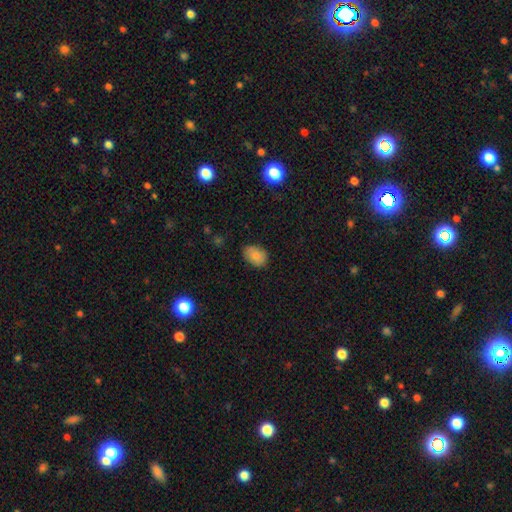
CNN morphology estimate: This appears to be a smooth galaxy with no disk features (83%) that is in between round and cigar-shaped (78%). Merging: none (77%).